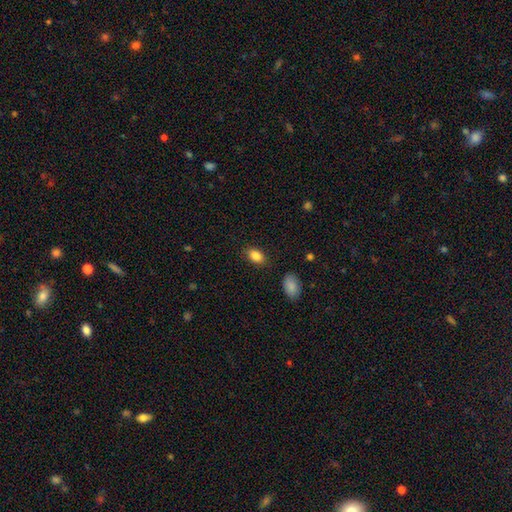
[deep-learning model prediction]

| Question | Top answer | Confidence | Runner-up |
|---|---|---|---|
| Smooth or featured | smooth | 86% | star or artifact (8%) |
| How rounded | in between | 89% | round (9%) |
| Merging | none | 85% | minor disturbance (10%) |